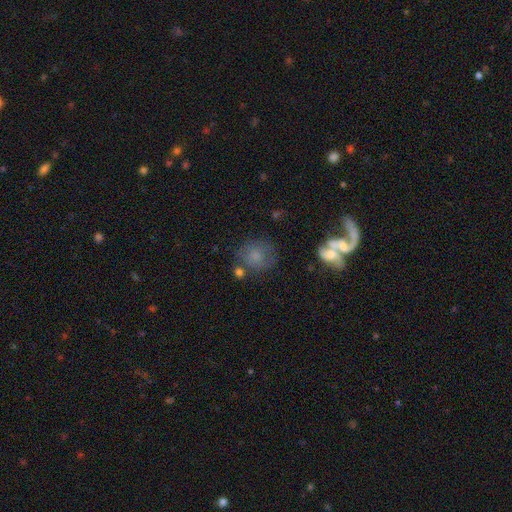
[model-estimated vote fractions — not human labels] Q: Smooth or featured?
A: smooth (69%); runner-up: featured or disk (19%)
Q: How rounded?
A: round (79%); runner-up: in between (20%)
Q: Merging?
A: none (57%); runner-up: minor disturbance (19%)